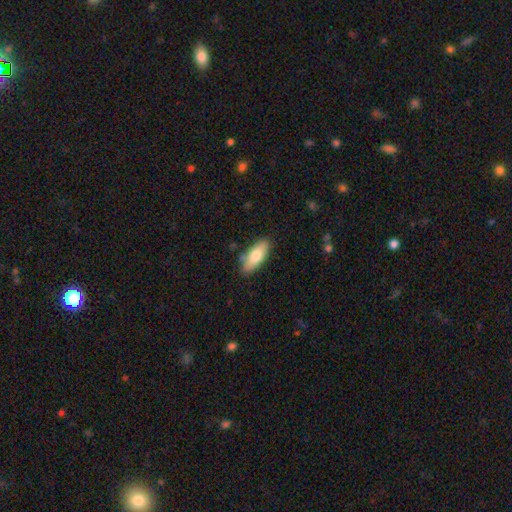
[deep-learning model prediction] A smooth galaxy with no disk features (75%) that is in between round and cigar-shaped (77%). Merging: none (81%).